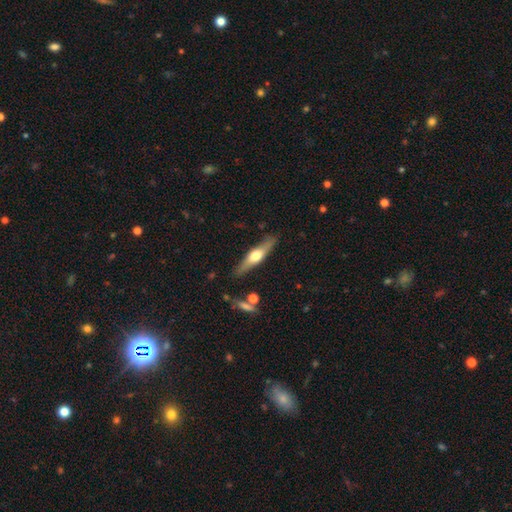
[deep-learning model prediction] smooth_or_featured: featured or disk (p=0.58) [alt: smooth p=0.37]
disk_edge_on: yes (p=0.93) [alt: no p=0.07]
edge_on_bulge: rounded (p=0.93) [alt: boxy p=0.03]
merging: none (p=0.86) [alt: minor disturbance p=0.10]